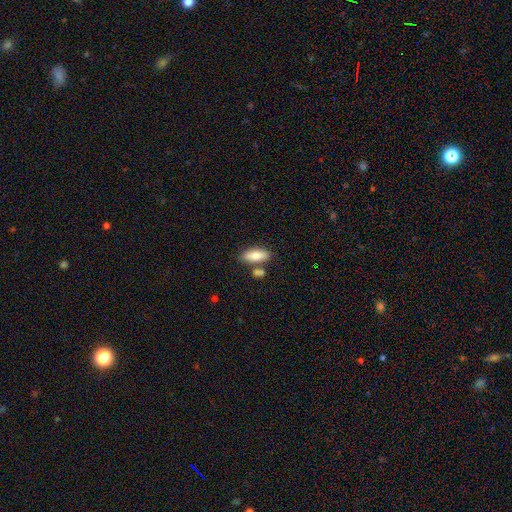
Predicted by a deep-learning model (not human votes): smooth 80%, featured or disk 13%, star or artifact 6%. Down the decision tree: how rounded — in between (79%); merging — none (69%).